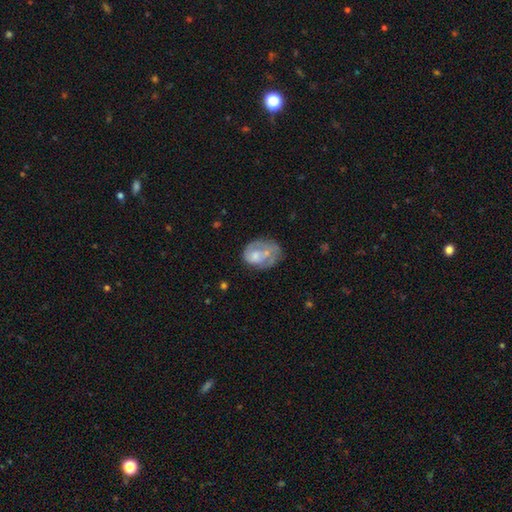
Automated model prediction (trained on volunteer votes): A featured or disk galaxy (46%). Merging: none (39%).